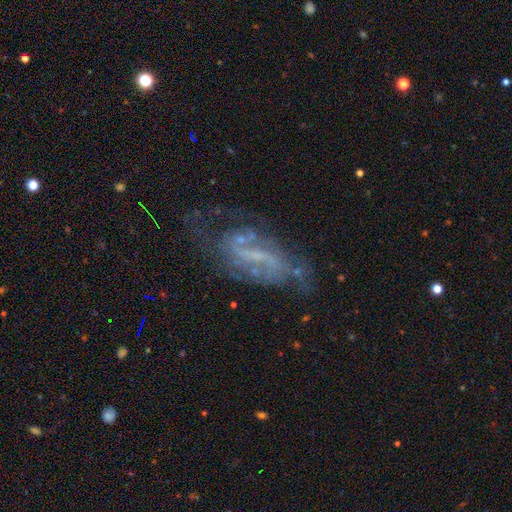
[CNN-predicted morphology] Smooth or featured? featured or disk (69%)
Edge-on disk? no (89%)
Bar? weak (36%)
Spiral arms? yes (67%)
Bulge size? none (56%)
Merging? none (47%)